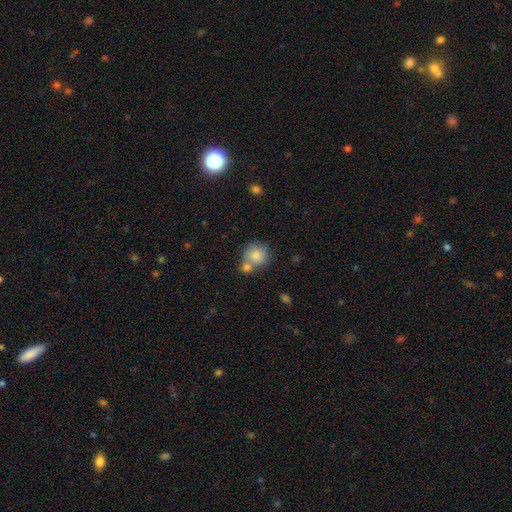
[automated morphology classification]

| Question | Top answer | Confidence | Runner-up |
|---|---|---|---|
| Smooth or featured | smooth | 81% | featured or disk (11%) |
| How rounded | round | 86% | in between (13%) |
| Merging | none | 46% | merger (38%) |